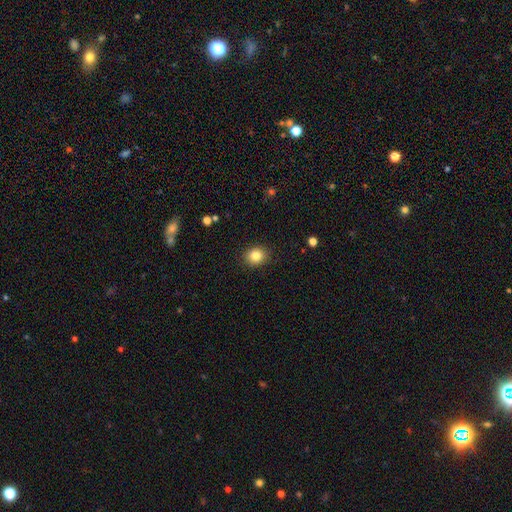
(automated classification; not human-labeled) Smooth or featured?
  - smooth: 84% *
  - star or artifact: 10%
  - featured or disk: 6%
How rounded?
  - round: 72% *
  - in between: 27%
  - cigar-shaped: 1%
Merging?
  - none: 90% *
  - minor disturbance: 7%
  - major disturbance: 2%
  - merger: 1%